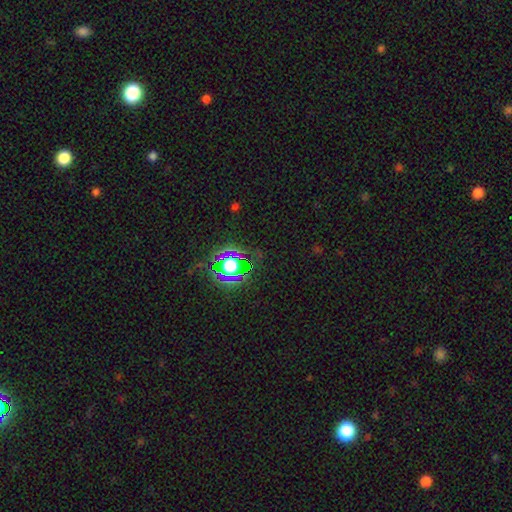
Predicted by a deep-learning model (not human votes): The model was most divided on "smooth or featured": star or artifact: 76%, smooth: 16%, featured or disk: 8%.